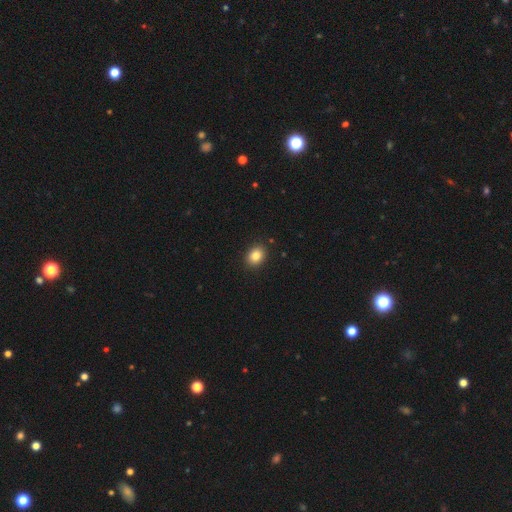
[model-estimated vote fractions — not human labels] smooth-or-featured: smooth: 85% | star or artifact: 10% | featured or disk: 6%
  how-rounded: in between: 55% | round: 45% | cigar-shaped: 1%
  merging: none: 90% | minor disturbance: 7% | major disturbance: 2% | merger: 1%